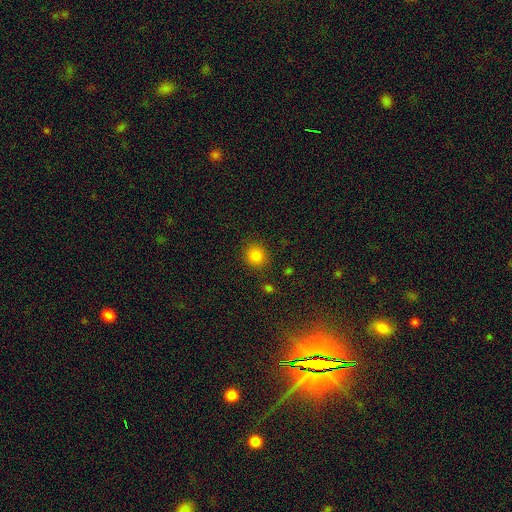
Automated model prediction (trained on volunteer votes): The model was most divided on "smooth or featured": smooth: 82%, star or artifact: 13%, featured or disk: 5%. More confident: how rounded — round (89%); merging — none (88%).